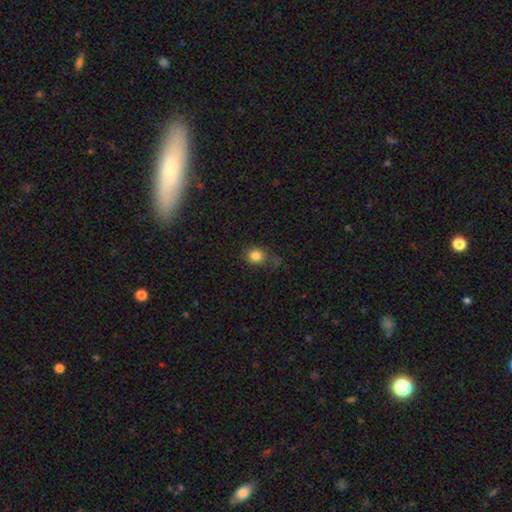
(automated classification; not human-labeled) The model was most divided on "merging": none: 58%, minor disturbance: 25%, major disturbance: 15%, merger: 3%. More confident: smooth or featured — smooth (83%); how rounded — round (75%).